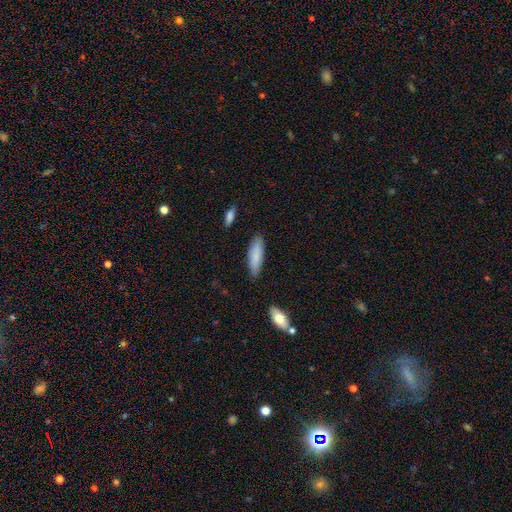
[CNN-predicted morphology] smooth 83%, featured or disk 11%, star or artifact 6%. Down the decision tree: how rounded — in between (50%); merging — none (82%).